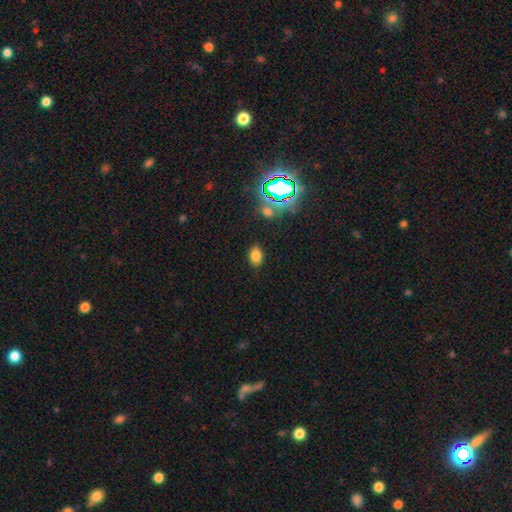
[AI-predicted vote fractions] This is likely a smooth galaxy (76%). How rounded: clearly in between (81%). Merging: clearly none (85%).